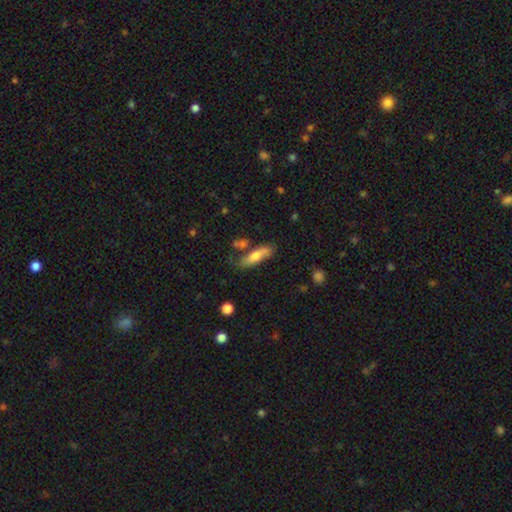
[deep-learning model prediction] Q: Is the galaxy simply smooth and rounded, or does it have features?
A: smooth — 69%.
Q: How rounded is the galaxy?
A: cigar-shaped — 51%.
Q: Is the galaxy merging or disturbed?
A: none — 60%.